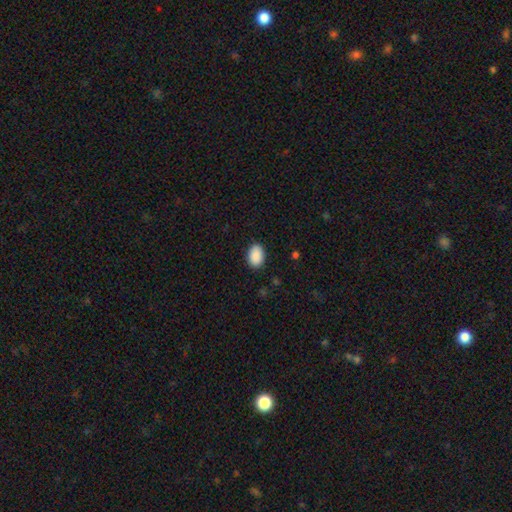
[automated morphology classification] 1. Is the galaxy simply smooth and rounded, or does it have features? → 90% smooth, 7% star or artifact, 2% featured or disk.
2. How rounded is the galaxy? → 85% in between, 14% round, 1% cigar-shaped.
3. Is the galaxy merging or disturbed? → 88% none, 9% minor disturbance, 2% major disturbance, 1% merger.